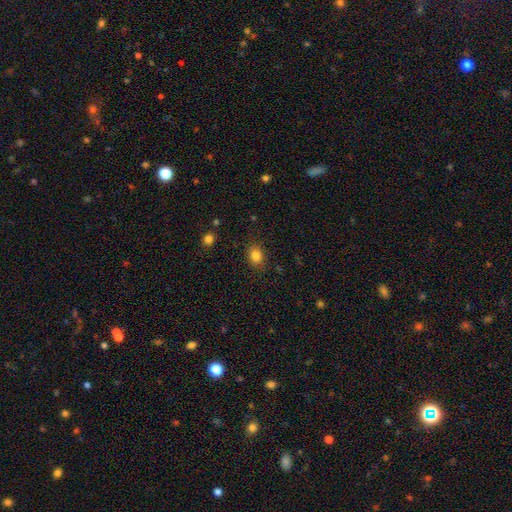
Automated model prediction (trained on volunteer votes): Smooth or featured? Predicted: smooth (p=0.83). How rounded? Predicted: in between (p=0.55). Merging? Predicted: none (p=0.85).